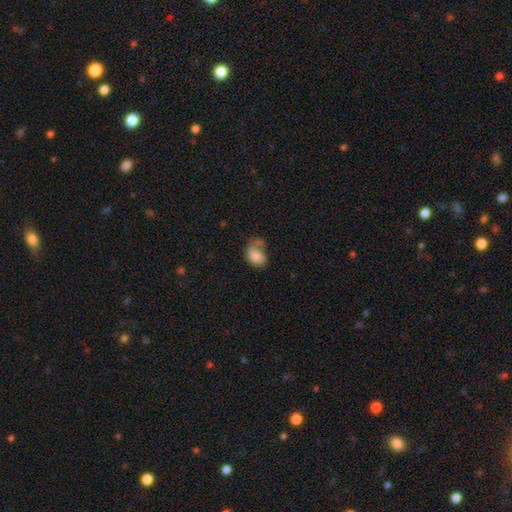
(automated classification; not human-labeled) smooth 77%, featured or disk 14%, star or artifact 8%. Down the decision tree: how rounded — in between (75%); merging — none (32%).